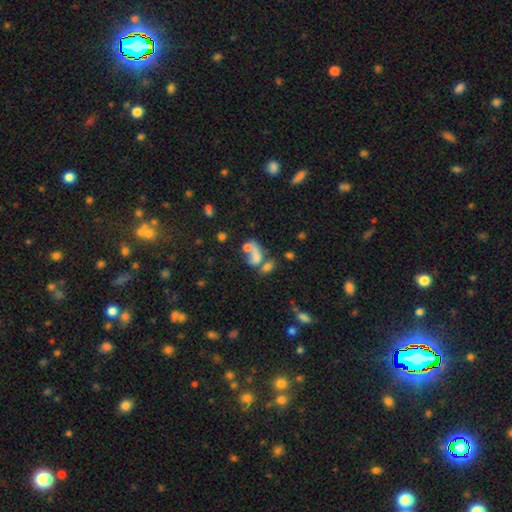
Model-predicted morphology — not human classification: type=smooth (63%); roundness=in between (80%); merging=merger (51%).